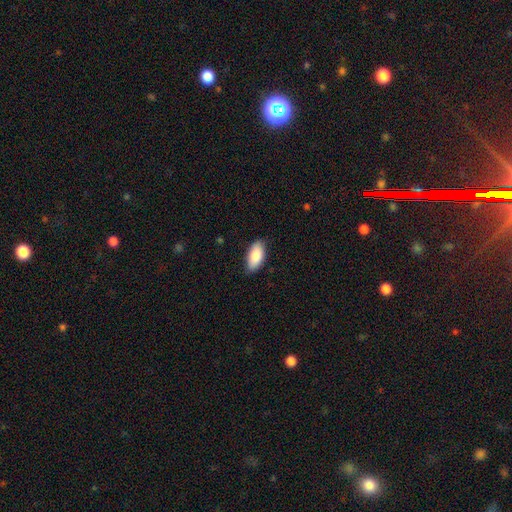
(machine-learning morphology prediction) type=smooth (88%); roundness=in between (92%); merging=none (83%).